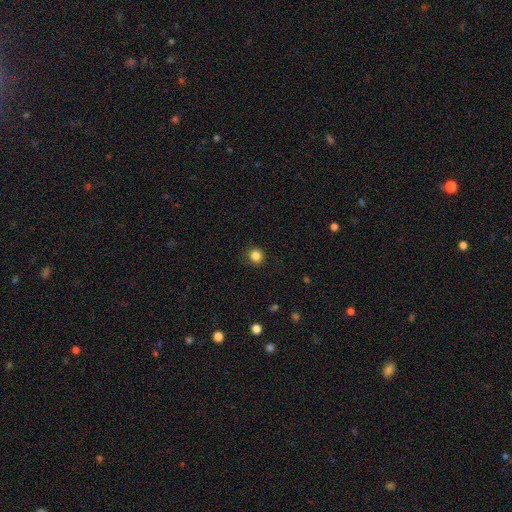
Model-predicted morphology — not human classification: type=smooth (85%); roundness=round (90%); merging=none (87%).